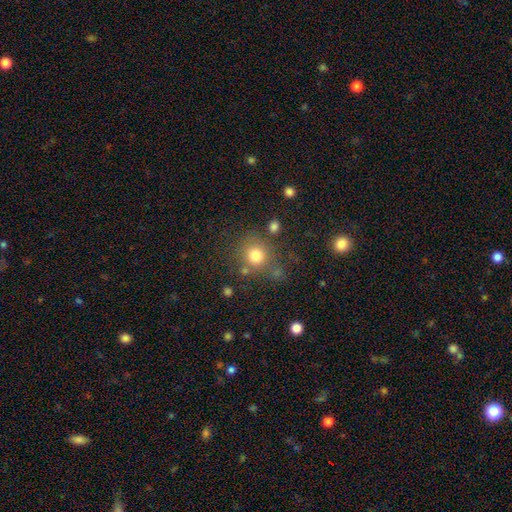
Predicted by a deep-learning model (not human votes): The model was most divided on "merging": none: 71%, minor disturbance: 13%, merger: 10%, major disturbance: 6%. More confident: how rounded — round (89%); smooth or featured — smooth (78%).